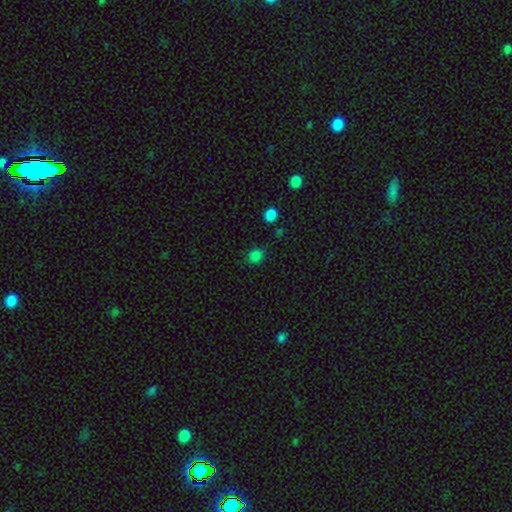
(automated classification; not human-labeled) A smooth galaxy with no disk features (80%) that is round (72%). Merging: none (80%).